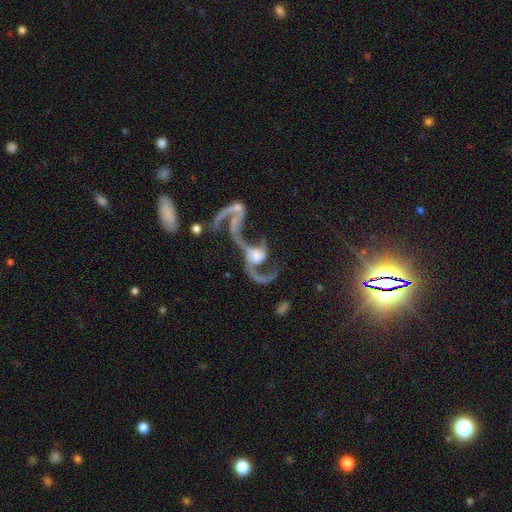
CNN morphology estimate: A featured or disk galaxy (78%) with no bar (66%), 2 (55%) loose (78%) spiral arms (79%) and a moderate central bulge (40%). Merging: merger (48%).